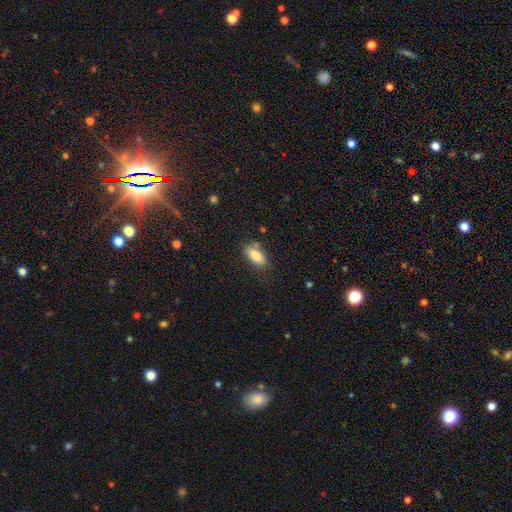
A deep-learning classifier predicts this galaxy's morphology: smooth 82%, featured or disk 11%, star or artifact 7%. Down the decision tree: how rounded — in between (85%); merging — none (72%).